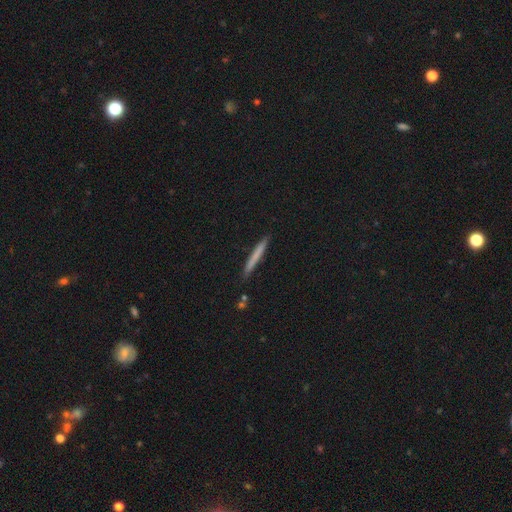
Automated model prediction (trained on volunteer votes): Q: Smooth or featured?
A: smooth (66%); runner-up: featured or disk (28%)
Q: How rounded?
A: cigar-shaped (97%); runner-up: in between (2%)
Q: Merging?
A: none (89%); runner-up: minor disturbance (8%)